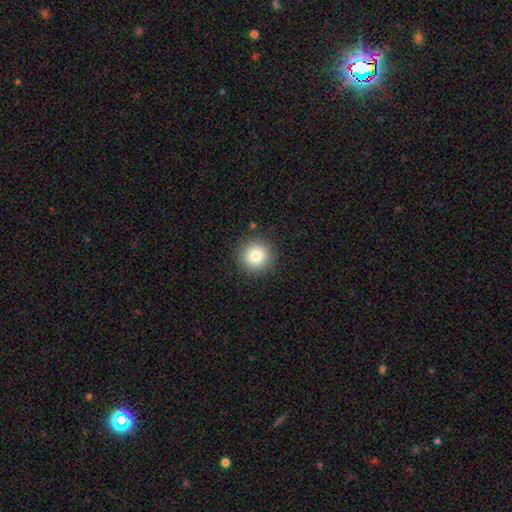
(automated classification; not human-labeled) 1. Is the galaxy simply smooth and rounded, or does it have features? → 84% smooth, 10% star or artifact, 6% featured or disk.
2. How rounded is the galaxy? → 94% round, 5% in between, 1% cigar-shaped.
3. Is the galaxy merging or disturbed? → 90% none, 7% minor disturbance, 2% major disturbance, 1% merger.